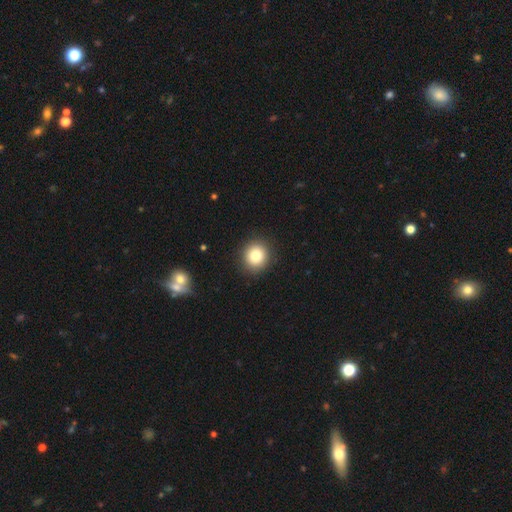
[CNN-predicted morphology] type=smooth (82%); roundness=round (87%); merging=none (90%).